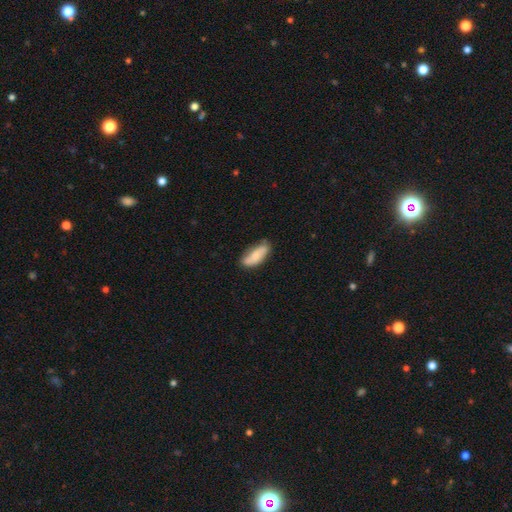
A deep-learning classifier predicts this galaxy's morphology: A smooth galaxy with no disk features (73%) that is in between round and cigar-shaped (74%).

Vote fractions:
- Smooth or featured? smooth: 73% / featured or disk: 21% / star or artifact: 6%
- How rounded? in between: 74% / cigar-shaped: 24% / round: 2%
- Merging? none: 67% / minor disturbance: 25% / major disturbance: 5% / merger: 3%